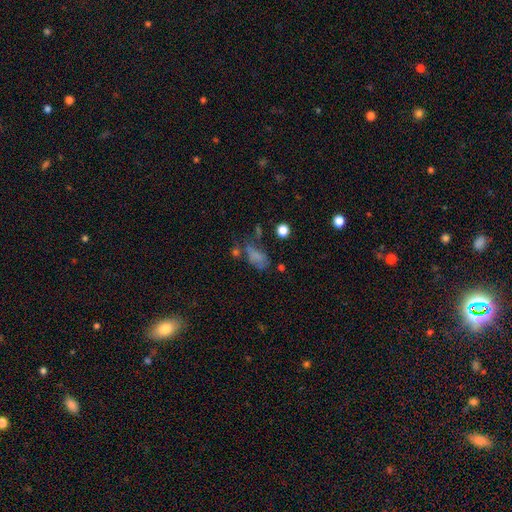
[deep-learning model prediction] Smooth or featured? smooth (65%)
How rounded? in between (83%)
Merging? none (36%)